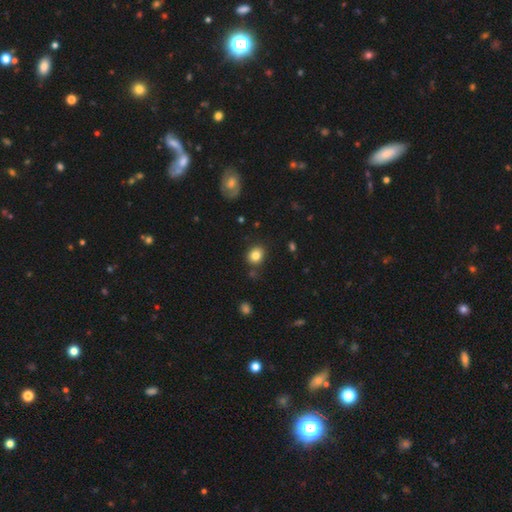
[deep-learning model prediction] smooth 83%, star or artifact 10%, featured or disk 7%. Down the decision tree: how rounded — round (63%); merging — none (82%).